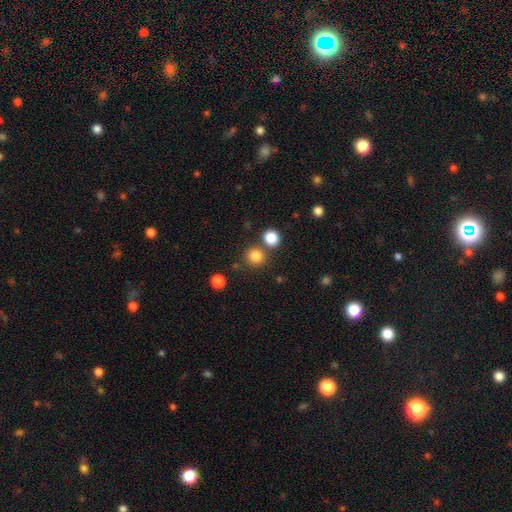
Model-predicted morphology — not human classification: Smooth or featured: smooth — 82% (star or artifact — 13%)
How rounded: round — 92% (in between — 8%)
Merging: none — 78% (merger — 12%)